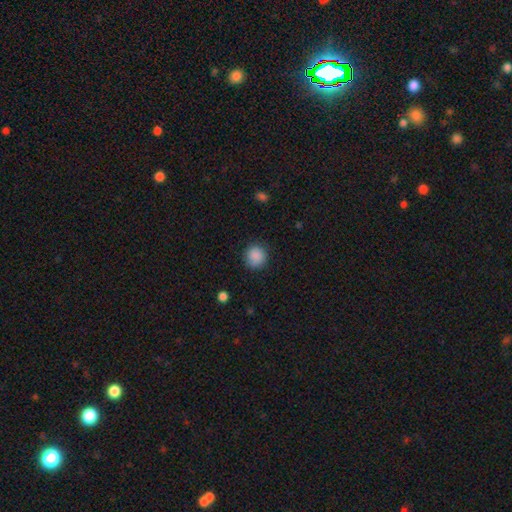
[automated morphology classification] This is clearly a smooth galaxy (88%). How rounded: clearly round (91%). Merging: clearly none (86%).